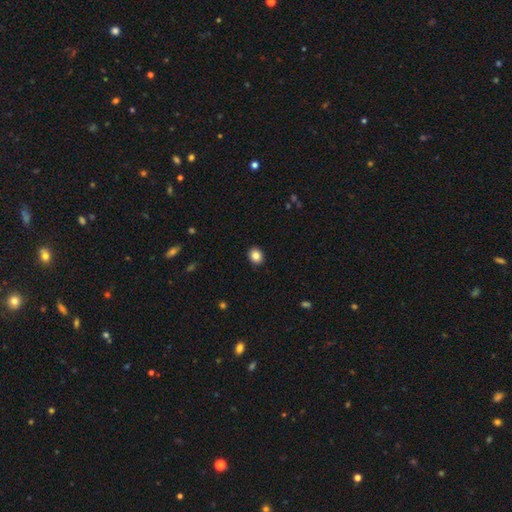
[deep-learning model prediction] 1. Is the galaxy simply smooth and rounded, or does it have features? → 85% smooth, 10% star or artifact, 5% featured or disk.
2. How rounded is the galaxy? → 67% round, 32% in between, 1% cigar-shaped.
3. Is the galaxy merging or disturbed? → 91% none, 6% minor disturbance, 2% major disturbance, 1% merger.